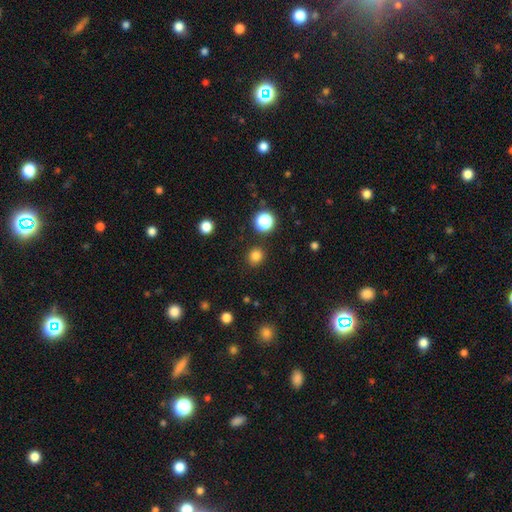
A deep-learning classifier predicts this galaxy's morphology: Q: Smooth or featured?
A: smooth (82%); runner-up: star or artifact (14%)
Q: How rounded?
A: round (84%); runner-up: in between (15%)
Q: Merging?
A: none (89%); runner-up: minor disturbance (7%)